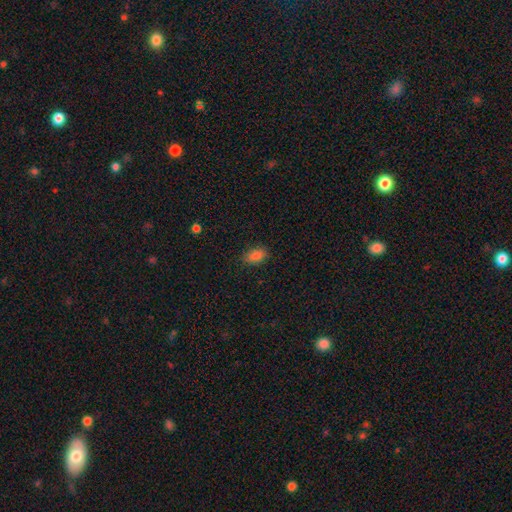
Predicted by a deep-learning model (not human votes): This appears to be a smooth galaxy with no disk features (85%) that is in between round and cigar-shaped (90%). Merging: none (85%).